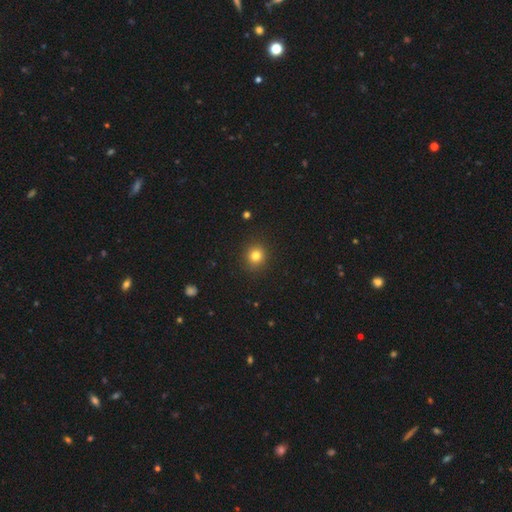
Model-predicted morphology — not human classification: Overall: smooth (81%). How rounded: round (89%). Merging: none (90%).